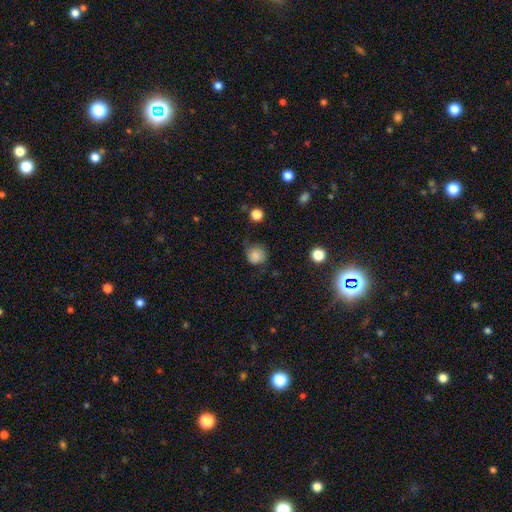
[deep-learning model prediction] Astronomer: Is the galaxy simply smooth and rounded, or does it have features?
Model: smooth — 81%.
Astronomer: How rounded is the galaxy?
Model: round — 85%.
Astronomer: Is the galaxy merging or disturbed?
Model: none — 64%.